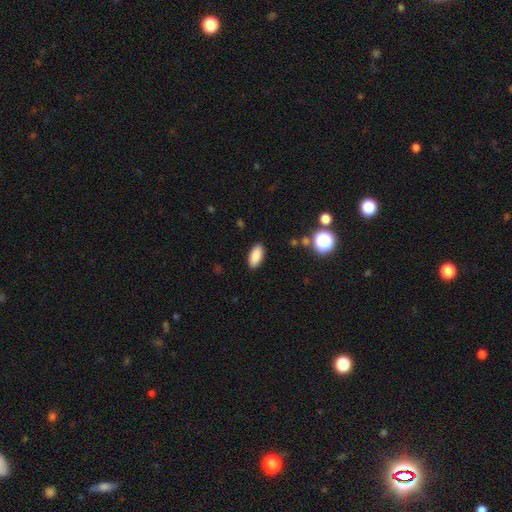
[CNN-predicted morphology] type=smooth (88%); roundness=in between (90%); merging=none (89%).